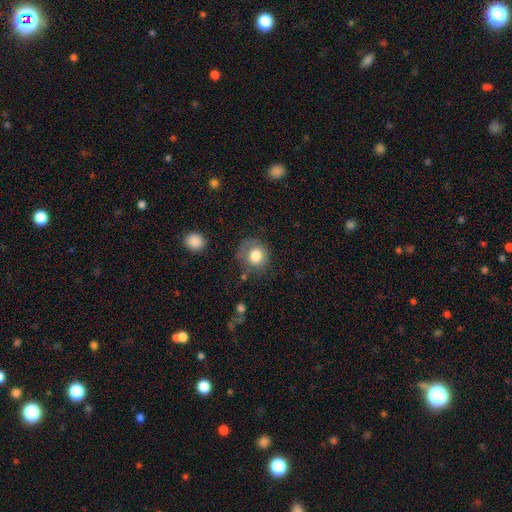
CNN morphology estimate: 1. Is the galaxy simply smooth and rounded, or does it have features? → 79% smooth, 12% featured or disk, 9% star or artifact.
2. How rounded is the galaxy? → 85% round, 15% in between, 1% cigar-shaped.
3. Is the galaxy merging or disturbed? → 62% none, 22% minor disturbance, 12% major disturbance, 3% merger.